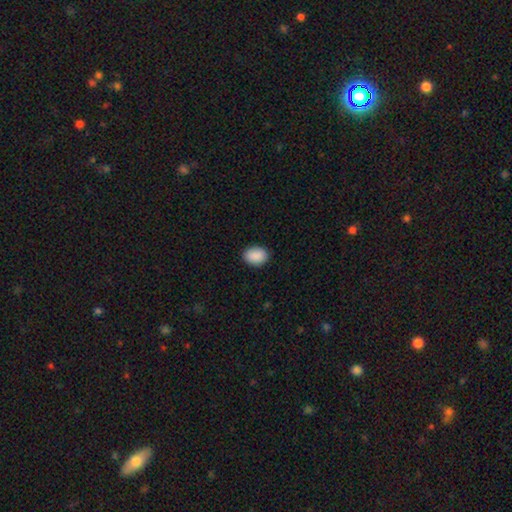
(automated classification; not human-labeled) smooth-or-featured: smooth: 91% | star or artifact: 7% | featured or disk: 2%
  how-rounded: in between: 74% | round: 25% | cigar-shaped: 1%
  merging: none: 89% | minor disturbance: 8% | major disturbance: 2% | merger: 1%